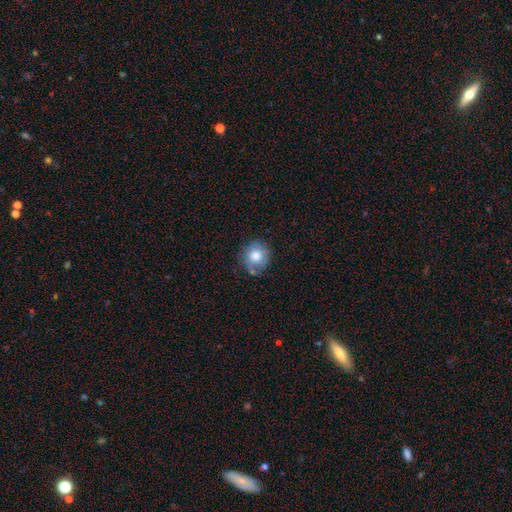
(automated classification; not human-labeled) Smooth or featured? smooth (75%)
How rounded? round (81%)
Merging? none (66%)